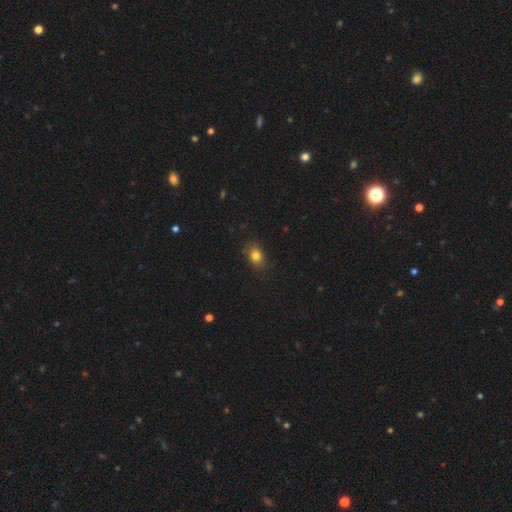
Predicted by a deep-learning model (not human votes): A smooth galaxy with no disk features (82%) that is in between round and cigar-shaped (68%). Merging: none (84%).